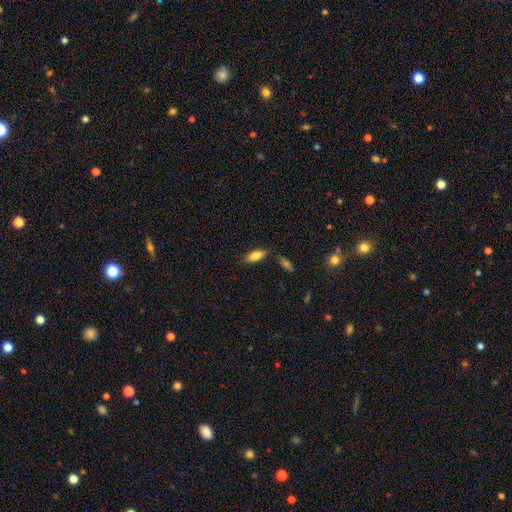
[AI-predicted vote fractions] Smooth or featured: smooth — 85% (featured or disk — 8%)
How rounded: in between — 81% (cigar-shaped — 17%)
Merging: none — 78% (minor disturbance — 13%)